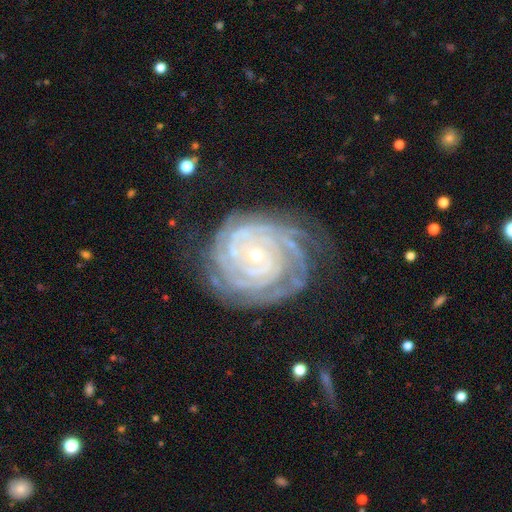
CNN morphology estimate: Smooth or featured? Predicted: featured or disk (p=0.90). Edge-on disk? Predicted: no (p=0.97). Bar? Predicted: no (p=0.74). Spiral arms? Predicted: yes (p=0.98). Spiral winding? Predicted: tight (p=0.87). Spiral arm count? Predicted: 4 (p=0.23, tied with can't tell). Bulge size? Predicted: small (p=0.73). Merging? Predicted: none (p=0.71).